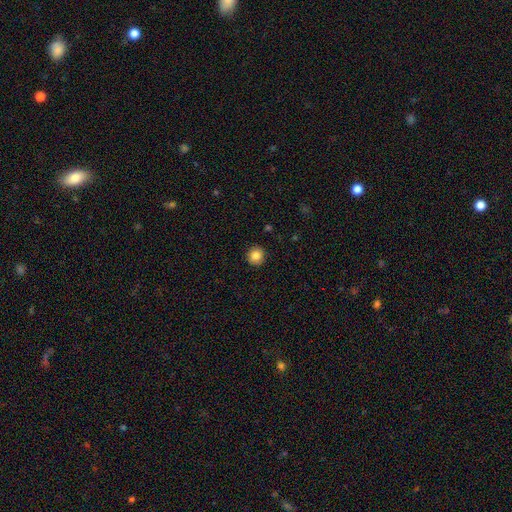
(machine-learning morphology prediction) This is clearly a smooth galaxy (85%). How rounded: clearly round (90%). Merging: clearly none (91%).